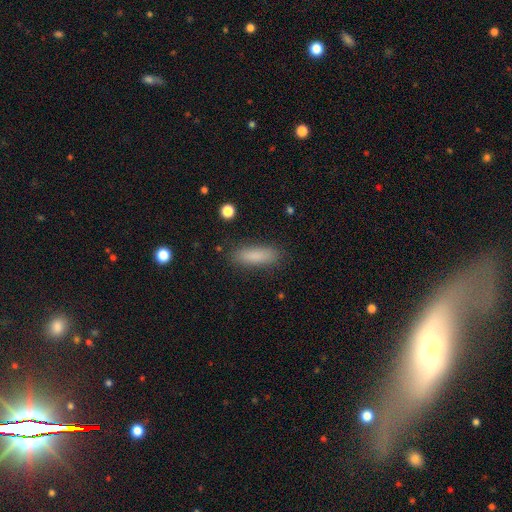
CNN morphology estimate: Overall: smooth (85%). How rounded: cigar-shaped (57%; in between 41%). Merging: none (86%).